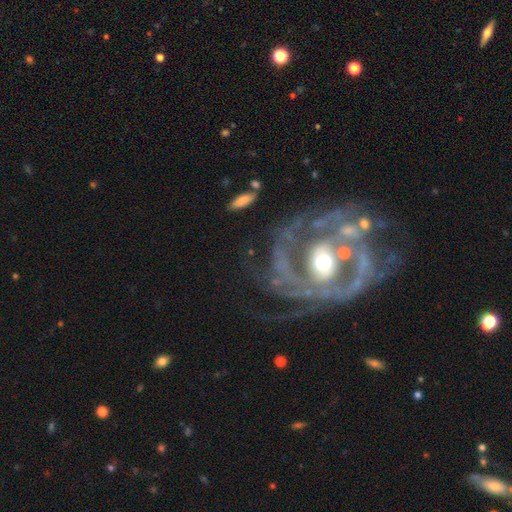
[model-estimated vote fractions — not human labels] smooth-or-featured: featured or disk: 88% | star or artifact: 7% | smooth: 5%
  disk-edge-on: no: 97% | yes: 3%
    bar: no: 45% | weak: 32% | strong: 23%
    has-spiral-arms: yes: 90% | no: 10%
      spiral-winding: tight: 51% | medium: 37% | loose: 12%
      spiral-arm-count: 2: 40% | can't tell: 20% | 3: 18% | 4: 8% | 1: 7% | more than 4: 7%
    bulge-size: moderate: 61% | small: 26% | large: 9% | none: 2% | dominant: 2%
  merging: none: 55% | major disturbance: 19% | minor disturbance: 19% | merger: 7%